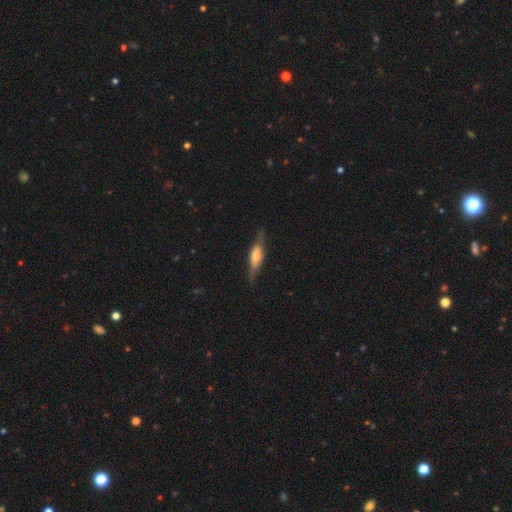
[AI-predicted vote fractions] Smooth or featured? featured or disk (59%)
Edge-on disk? yes (90%)
Edge-on bulge? rounded (68%)
Merging? none (79%)